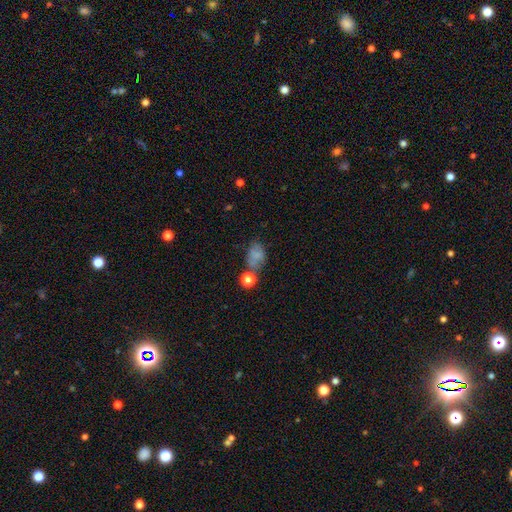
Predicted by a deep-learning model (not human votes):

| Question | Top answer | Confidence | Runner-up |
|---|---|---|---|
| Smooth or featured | smooth | 69% | featured or disk (16%) |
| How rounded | in between | 75% | round (23%) |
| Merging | none | 42% | minor disturbance (23%) |